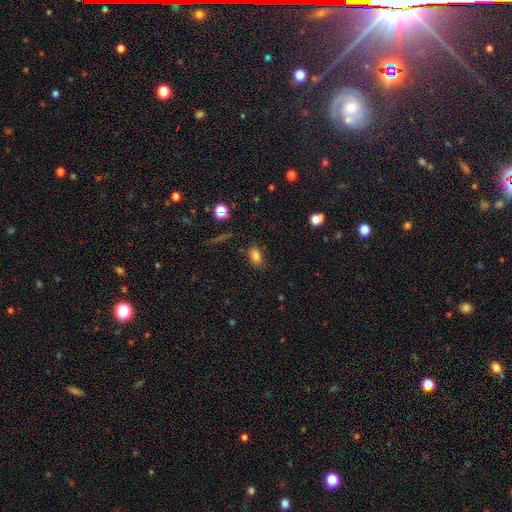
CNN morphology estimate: smooth-or-featured: smooth: 80% | star or artifact: 13% | featured or disk: 6%
  how-rounded: in between: 85% | round: 11% | cigar-shaped: 4%
  merging: none: 78% | minor disturbance: 15% | major disturbance: 4% | merger: 3%